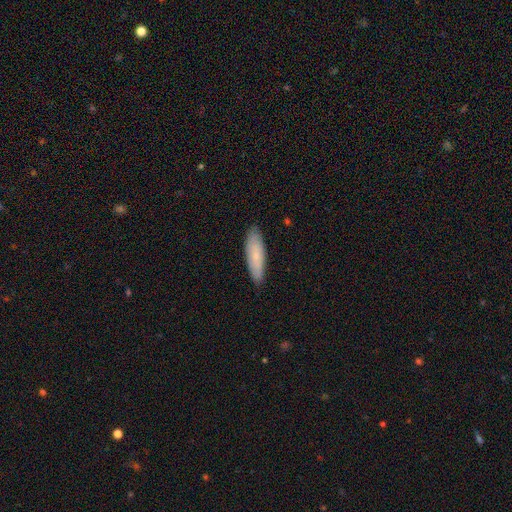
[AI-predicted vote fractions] Morphology: type=smooth (70%); roundness=cigar-shaped (59%); merging=none (86%).